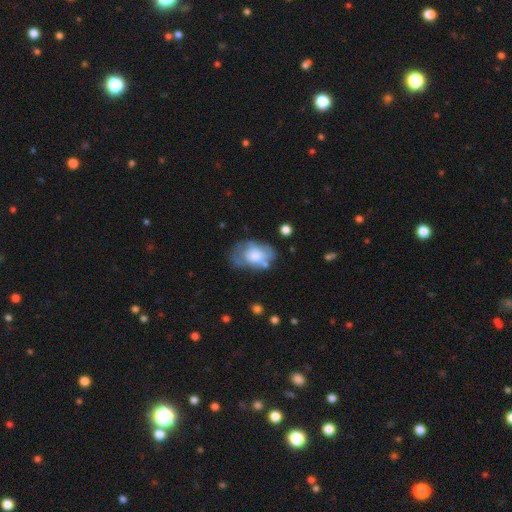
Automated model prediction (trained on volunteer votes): Smooth or featured? smooth (59%)
How rounded? in between (82%)
Merging? none (44%)